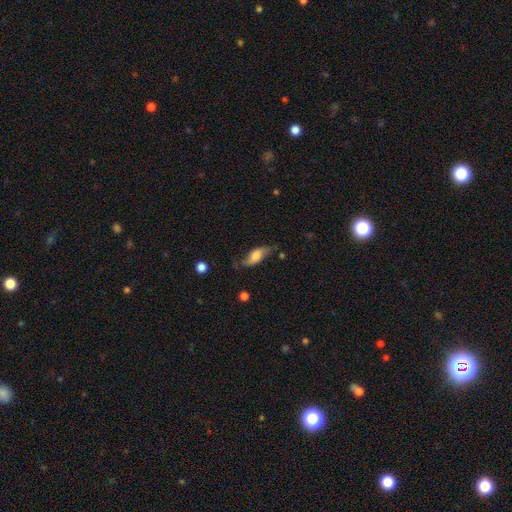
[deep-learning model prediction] Smooth or featured: smooth — 49% (featured or disk — 44%)
Merging: none — 61% (minor disturbance — 27%)